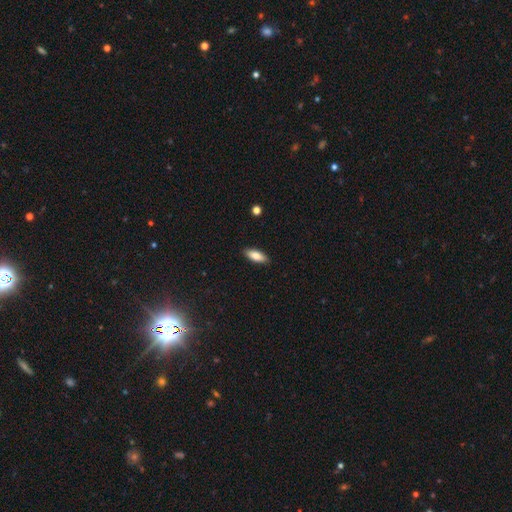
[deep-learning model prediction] This is likely a smooth galaxy (79%). How rounded: likely in between (73%). Merging: clearly none (89%).